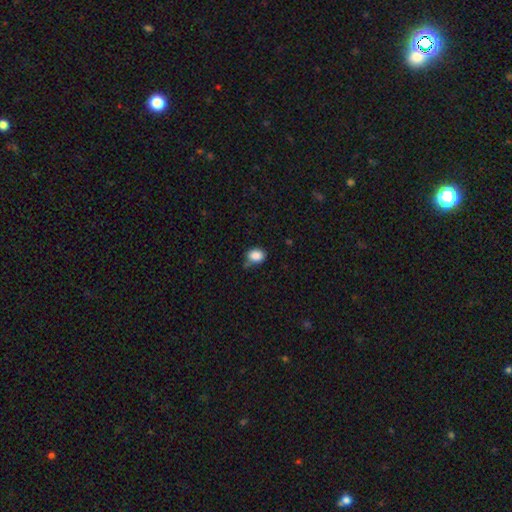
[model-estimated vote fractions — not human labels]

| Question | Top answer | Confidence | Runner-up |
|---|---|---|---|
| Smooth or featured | smooth | 86% | star or artifact (9%) |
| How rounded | round | 51% | in between (48%) |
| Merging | none | 63% | minor disturbance (27%) |